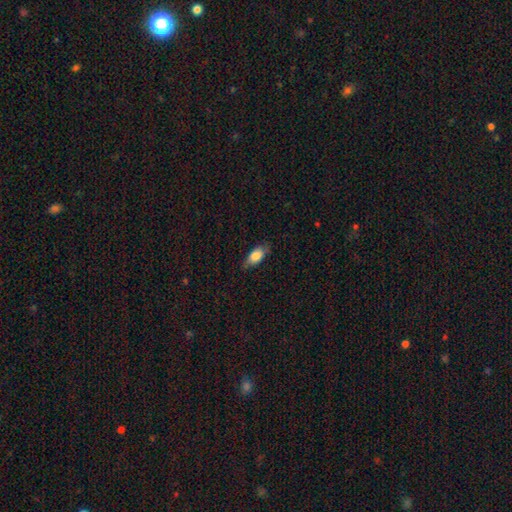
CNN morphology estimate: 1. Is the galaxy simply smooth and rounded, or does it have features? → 81% smooth, 12% featured or disk, 7% star or artifact.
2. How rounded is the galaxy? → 84% in between, 12% cigar-shaped, 4% round.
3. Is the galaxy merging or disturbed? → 75% none, 19% minor disturbance, 4% major disturbance, 1% merger.